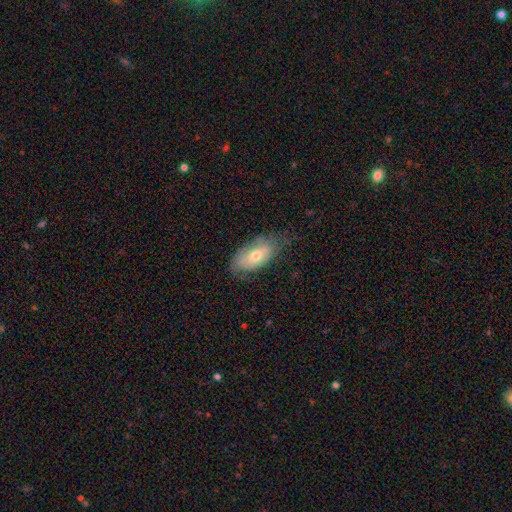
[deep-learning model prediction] smooth_or_featured: smooth (p=0.61) [alt: featured or disk p=0.32]
how_rounded: in between (p=0.90) [alt: cigar-shaped p=0.07]
merging: none (p=0.59) [alt: minor disturbance p=0.31]